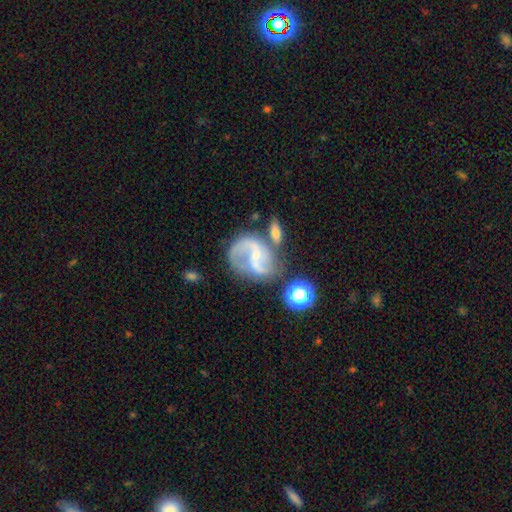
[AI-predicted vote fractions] A featured or disk galaxy (81%) with a weak bar (47%), 2 (79%) medium (45%) spiral arms (93%) and a small central bulge (69%).

Vote fractions:
- Smooth or featured? featured or disk: 81% / smooth: 11% / star or artifact: 8%
- Edge-on disk? no: 97% / yes: 3%
- Bar? weak: 47% / no: 33% / strong: 21%
- Spiral arms? yes: 93% / no: 7%
- Spiral winding? medium: 45% / loose: 42% / tight: 12%
- Spiral arm count? 2: 79% / 1: 9% / can't tell: 7% / 3: 3% / 4: 1% / more than 4: 1%
- Bulge size? small: 69% / moderate: 19% / none: 9% / large: 1% / dominant: 1%
- Merging? none: 44% / merger: 20% / minor disturbance: 19% / major disturbance: 17%